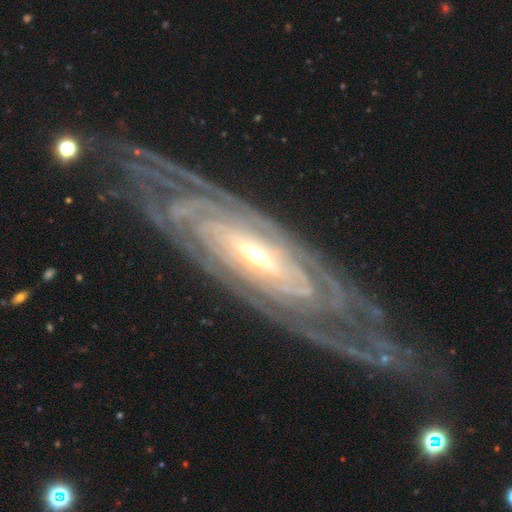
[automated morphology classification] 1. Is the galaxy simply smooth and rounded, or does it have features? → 89% featured or disk, 6% smooth, 5% star or artifact.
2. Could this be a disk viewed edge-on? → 84% no, 16% yes.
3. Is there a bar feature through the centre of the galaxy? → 39% no, 31% weak, 30% strong.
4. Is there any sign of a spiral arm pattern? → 95% yes, 5% no.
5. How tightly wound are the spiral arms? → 81% tight, 15% medium, 4% loose.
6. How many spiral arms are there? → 36% can't tell, 17% 2, 14% 4, 14% 3, 13% more than 4, 7% 1.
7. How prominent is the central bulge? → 48% small, 46% moderate, 4% large, 1% none, 1% dominant.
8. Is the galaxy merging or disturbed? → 73% none, 17% minor disturbance, 8% major disturbance, 2% merger.